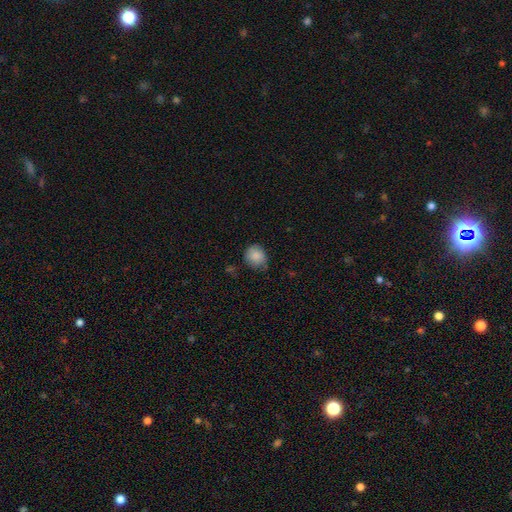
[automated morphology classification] The model was most divided on "merging": none: 69%, minor disturbance: 25%, major disturbance: 4%, merger: 2%. More confident: smooth or featured — smooth (87%); how rounded — round (78%).